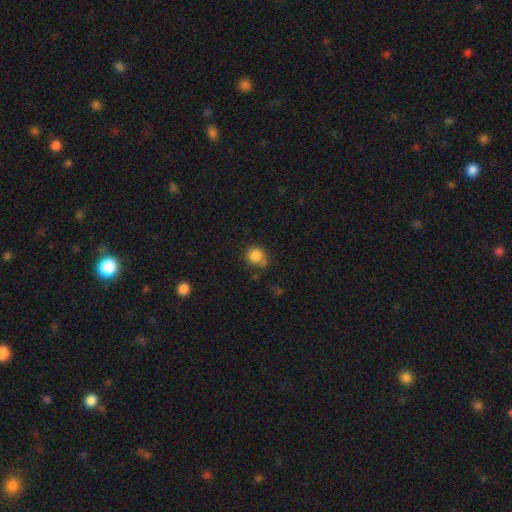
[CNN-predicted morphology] A smooth galaxy with no disk features (85%) that is round (86%).

Vote fractions:
- Smooth or featured? smooth: 85% / star or artifact: 10% / featured or disk: 5%
- How rounded? round: 86% / in between: 13% / cigar-shaped: 1%
- Merging? none: 62% / minor disturbance: 21% / merger: 11% / major disturbance: 6%